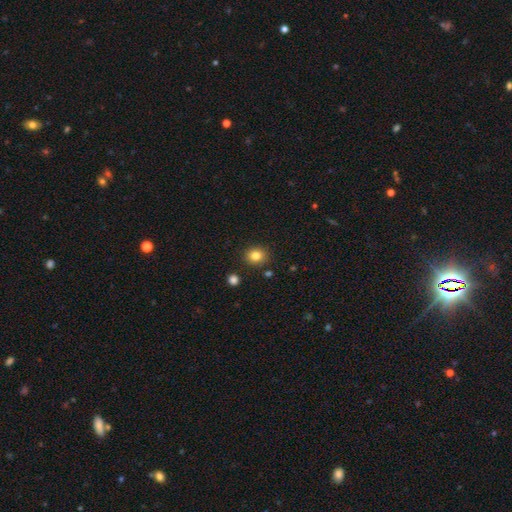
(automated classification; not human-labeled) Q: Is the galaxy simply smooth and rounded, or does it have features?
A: smooth — 83%.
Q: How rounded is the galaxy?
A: round — 71%.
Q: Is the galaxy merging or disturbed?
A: none — 86%.